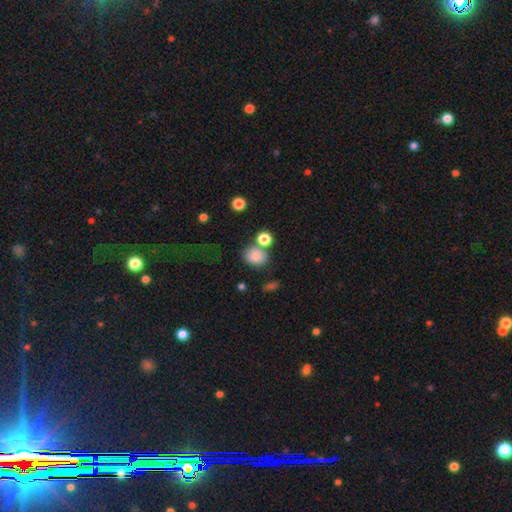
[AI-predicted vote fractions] Smooth or featured? Predicted: smooth (p=0.82). How rounded? Predicted: round (p=0.60). Merging? Predicted: none (p=0.63).